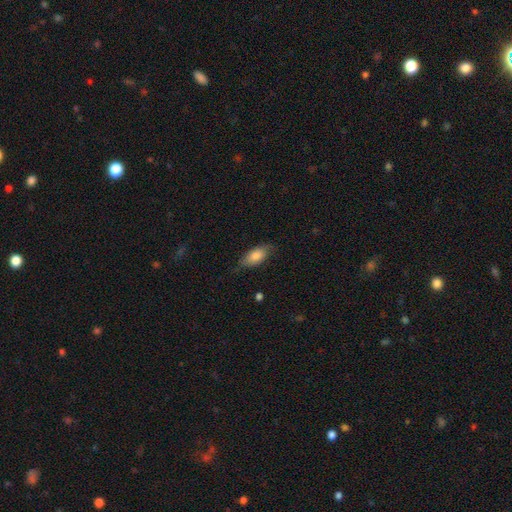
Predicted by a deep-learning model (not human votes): smooth 78%, featured or disk 16%, star or artifact 6%. Down the decision tree: how rounded — in between (87%); merging — none (70%).